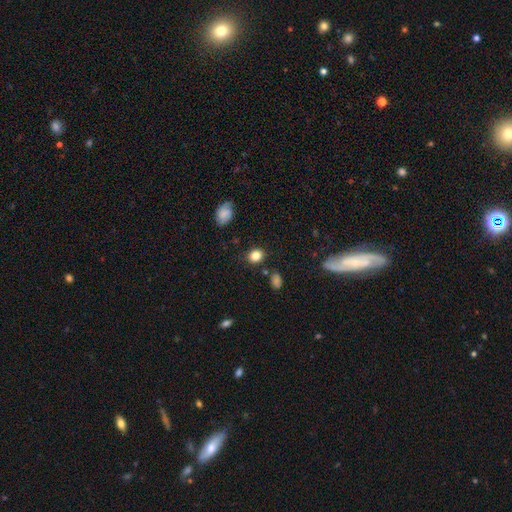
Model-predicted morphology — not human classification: Overall: smooth (84%). How rounded: round (68%; in between 31%). Merging: none (84%).